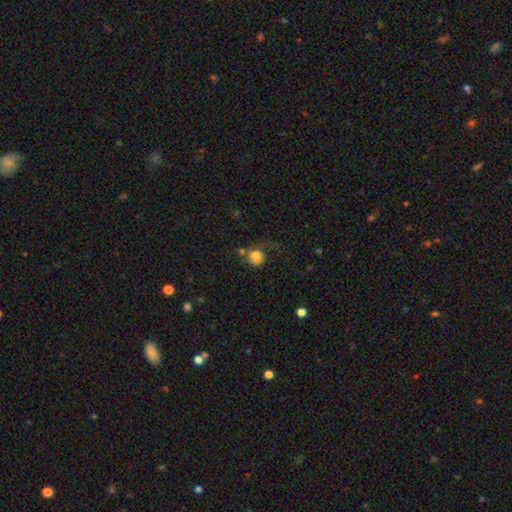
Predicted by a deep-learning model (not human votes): Smooth or featured? smooth (74%)
How rounded? round (71%)
Merging? none (40%)